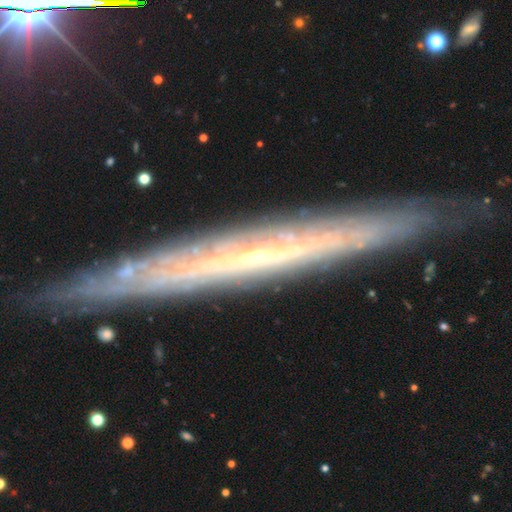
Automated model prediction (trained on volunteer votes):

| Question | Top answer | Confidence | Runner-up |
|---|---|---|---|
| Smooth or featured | featured or disk | 76% | smooth (14%) |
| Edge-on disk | yes | 87% | no (13%) |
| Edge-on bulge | none | 71% | rounded (25%) |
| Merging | none | 86% | minor disturbance (11%) |